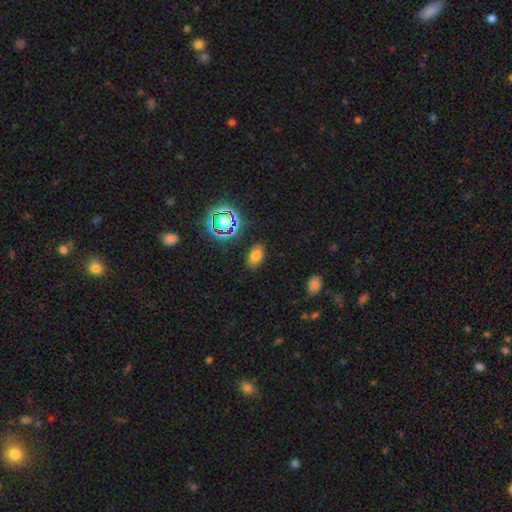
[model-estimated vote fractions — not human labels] smooth-or-featured: smooth: 70% | star or artifact: 21% | featured or disk: 9%
  how-rounded: in between: 90% | round: 8% | cigar-shaped: 2%
  merging: none: 85% | minor disturbance: 10% | major disturbance: 3% | merger: 2%